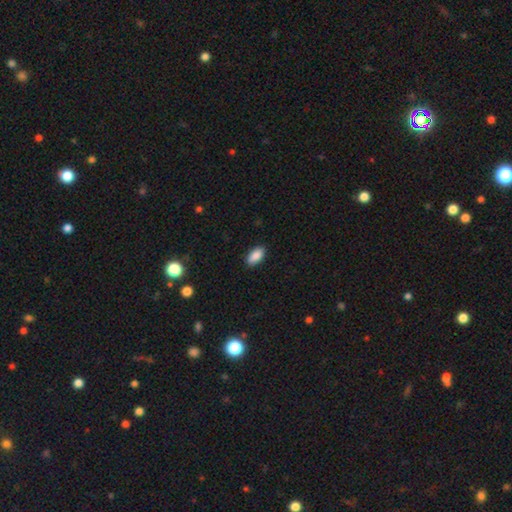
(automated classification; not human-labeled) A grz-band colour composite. It shows a smooth galaxy with no disk features (87%) that is in between round and cigar-shaped (92%). Merging: none (87%).